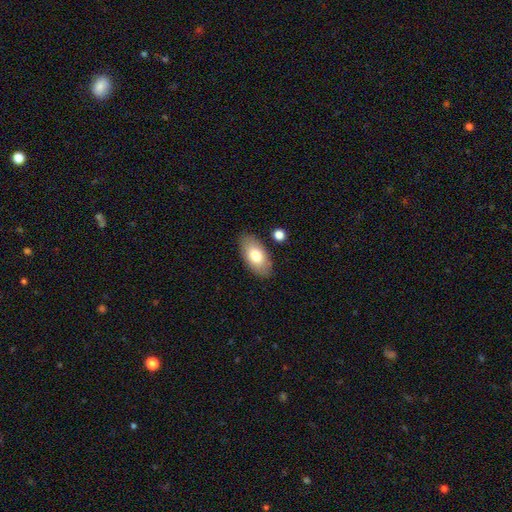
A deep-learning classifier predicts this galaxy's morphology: A smooth galaxy with no disk features (76%) that is in between round and cigar-shaped (94%). Merging: none (83%).